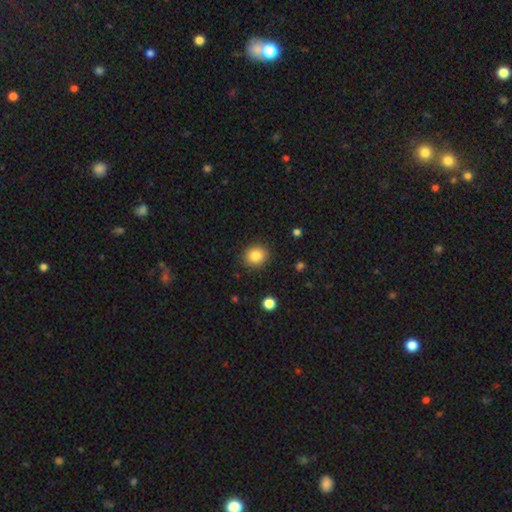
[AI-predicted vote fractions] This is clearly a smooth galaxy (84%). How rounded: clearly round (80%). Merging: clearly none (90%).